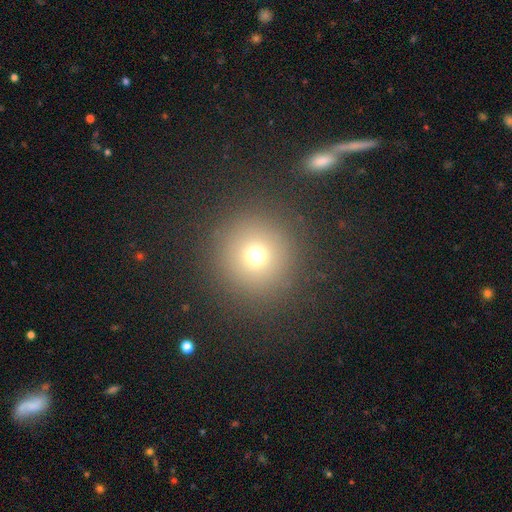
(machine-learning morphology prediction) A smooth galaxy with no disk features (70%) that is round (95%).

Vote fractions:
- Smooth or featured? smooth: 70% / star or artifact: 21% / featured or disk: 9%
- How rounded? round: 95% / in between: 4% / cigar-shaped: 1%
- Merging? none: 88% / minor disturbance: 6% / major disturbance: 4% / merger: 2%